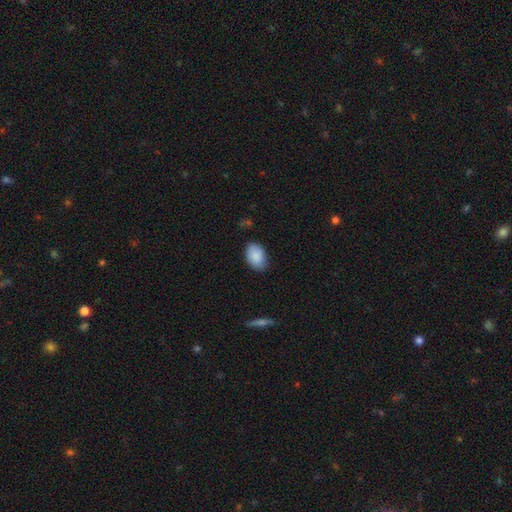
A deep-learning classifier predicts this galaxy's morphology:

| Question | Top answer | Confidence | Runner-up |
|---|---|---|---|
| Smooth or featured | smooth | 89% | star or artifact (7%) |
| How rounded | in between | 85% | round (14%) |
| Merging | none | 77% | minor disturbance (18%) |